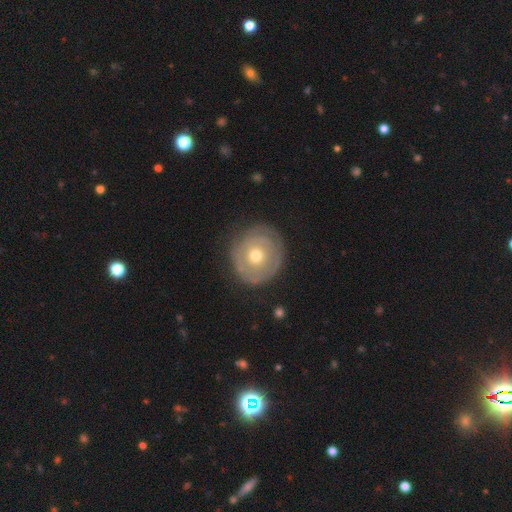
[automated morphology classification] smooth-or-featured: featured or disk: 53% | smooth: 40% | star or artifact: 6%
  disk-edge-on: no: 96% | yes: 4%
    bar: no: 90% | weak: 8% | strong: 2%
    has-spiral-arms: no: 58% | yes: 42%
    bulge-size: moderate: 67% | small: 28% | large: 4% | dominant: 1% | none: 1%
  merging: none: 77% | minor disturbance: 16% | major disturbance: 6% | merger: 1%